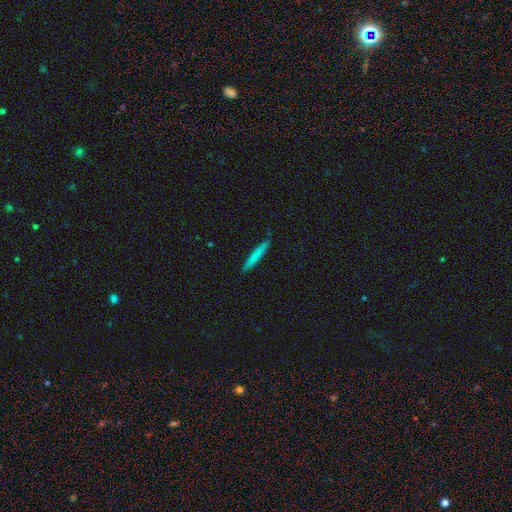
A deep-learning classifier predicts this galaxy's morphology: Smooth or featured? Predicted: smooth (p=0.74). How rounded? Predicted: cigar-shaped (p=0.96). Merging? Predicted: none (p=0.89).